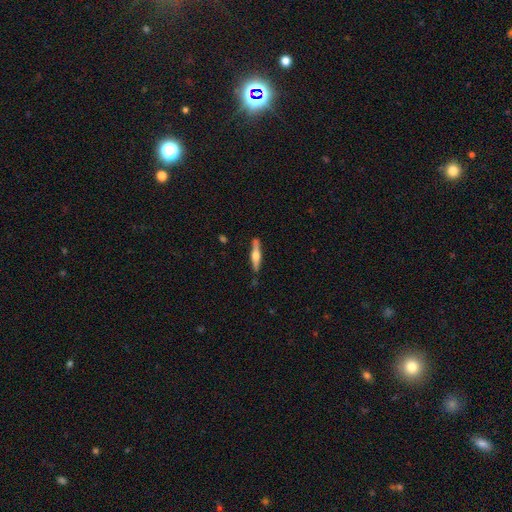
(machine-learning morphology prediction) type=featured or disk (60%); edge-on=yes (96%); edge-on bulge=rounded (89%); merging=none (85%).